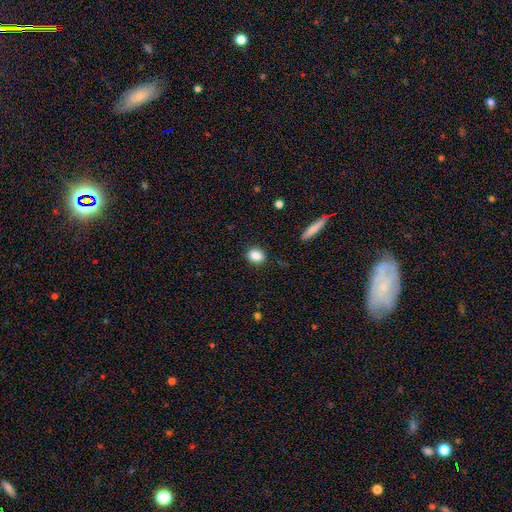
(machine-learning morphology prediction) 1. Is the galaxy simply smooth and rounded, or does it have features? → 87% smooth, 8% star or artifact, 4% featured or disk.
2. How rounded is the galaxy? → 57% in between, 40% round, 2% cigar-shaped.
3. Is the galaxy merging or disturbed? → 87% none, 9% minor disturbance, 2% major disturbance, 1% merger.